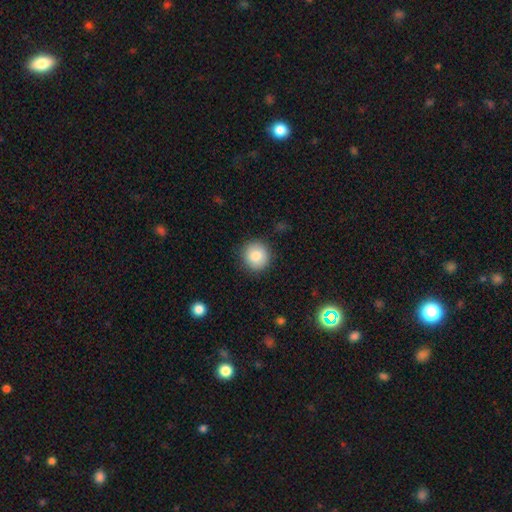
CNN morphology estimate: Q: Smooth or featured?
A: smooth (83%); runner-up: featured or disk (9%)
Q: How rounded?
A: round (92%); runner-up: in between (7%)
Q: Merging?
A: none (89%); runner-up: minor disturbance (7%)